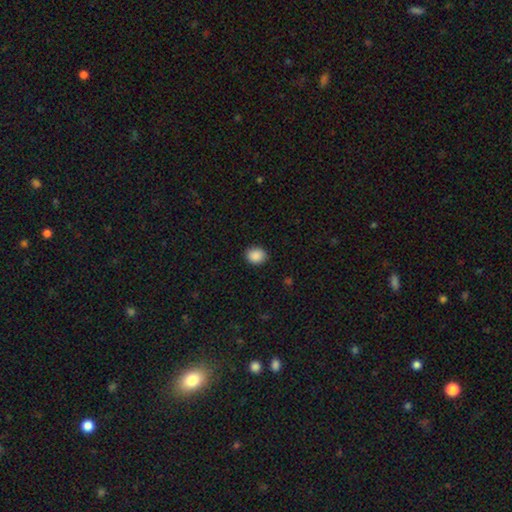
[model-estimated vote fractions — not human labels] Smooth or featured? smooth (89%)
How rounded? round (64%)
Merging? none (89%)